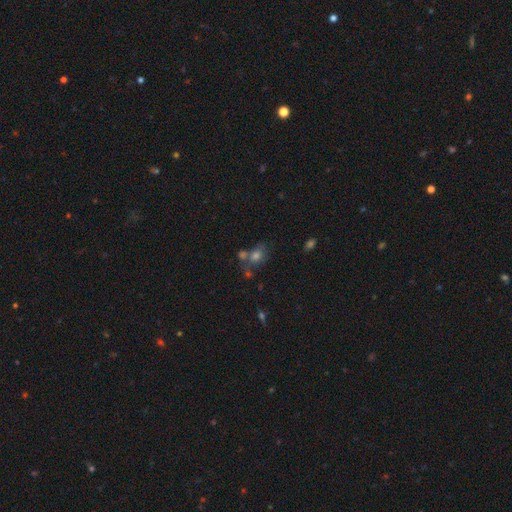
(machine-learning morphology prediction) Smooth or featured? smooth (60%)
How rounded? in between (53%)
Merging? none (47%)